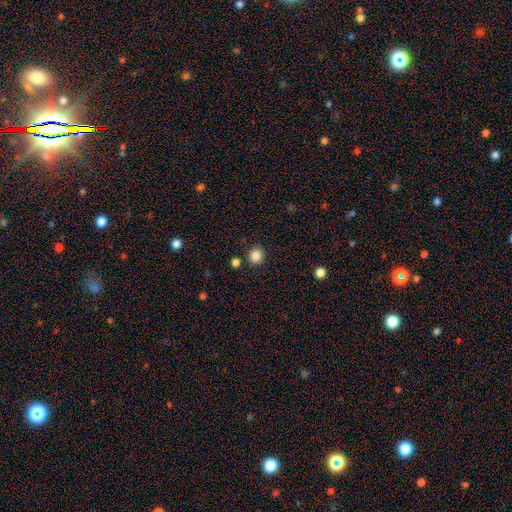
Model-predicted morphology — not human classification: smooth_or_featured: smooth (p=0.85) [alt: star or artifact p=0.11]
how_rounded: round (p=0.90) [alt: in between p=0.09]
merging: none (p=0.88) [alt: minor disturbance p=0.06]